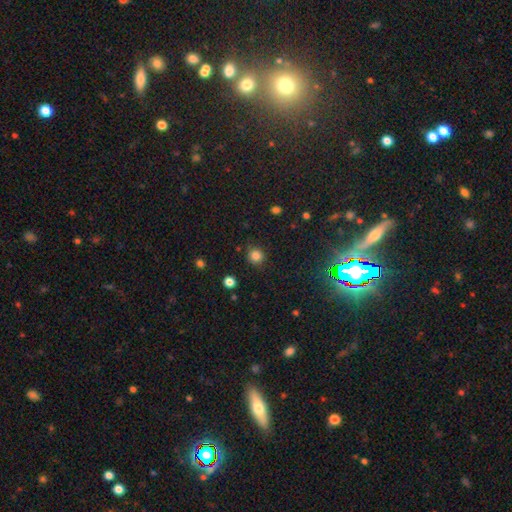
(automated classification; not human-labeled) A smooth galaxy with no disk features (82%) that is round (91%).

Vote fractions:
- Smooth or featured? smooth: 82% / star or artifact: 14% / featured or disk: 4%
- How rounded? round: 91% / in between: 8% / cigar-shaped: 1%
- Merging? none: 84% / minor disturbance: 11% / major disturbance: 3% / merger: 2%